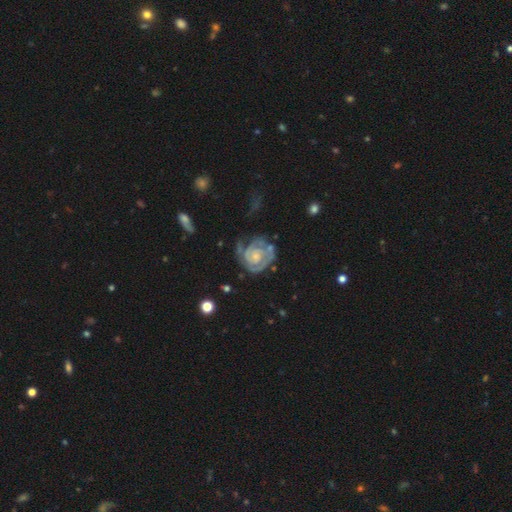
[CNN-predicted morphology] Q: Smooth or featured?
A: featured or disk (83%); runner-up: smooth (12%)
Q: Edge-on disk?
A: no (98%); runner-up: yes (2%)
Q: Bar?
A: no (72%); runner-up: weak (23%)
Q: Spiral arms?
A: yes (91%); runner-up: no (9%)
Q: Spiral winding?
A: tight (69%); runner-up: medium (24%)
Q: Spiral arm count?
A: 2 (43%); runner-up: can't tell (26%)
Q: Bulge size?
A: small (50%); runner-up: moderate (29%)
Q: Merging?
A: none (51%); runner-up: minor disturbance (24%)